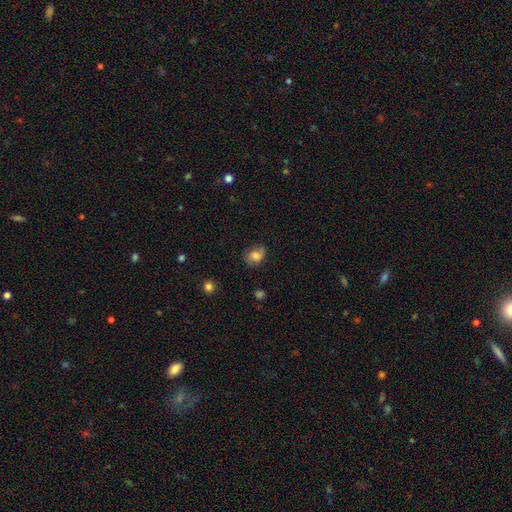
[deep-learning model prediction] Smooth or featured: smooth — 68% (featured or disk — 22%)
How rounded: in between — 53% (round — 46%)
Merging: none — 69% (minor disturbance — 22%)